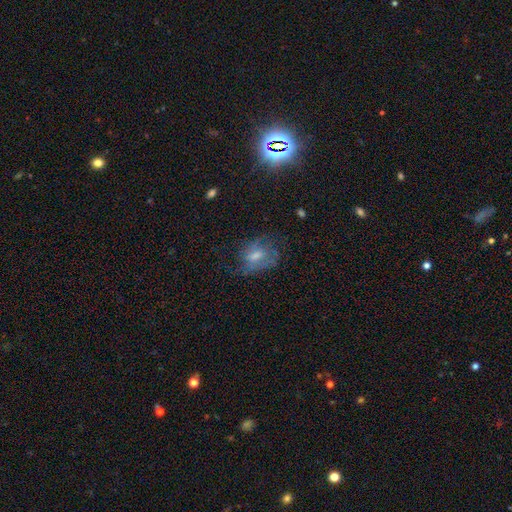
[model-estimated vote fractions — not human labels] Morphology: type=featured or disk (45%); merging=none (48%).